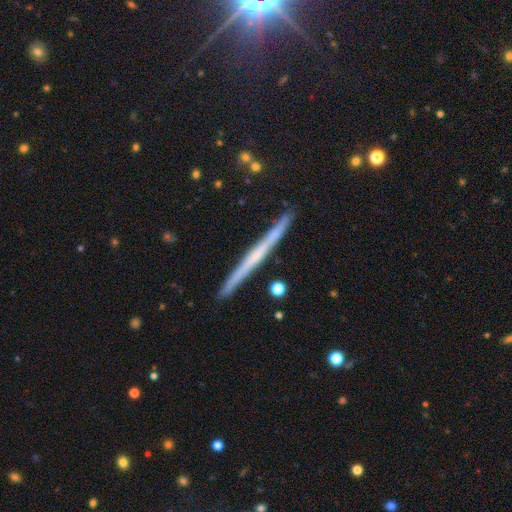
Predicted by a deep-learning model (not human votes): Smooth or featured?
  - featured or disk: 57% *
  - smooth: 36%
  - star or artifact: 7%
Edge-on disk?
  - yes: 98% *
  - no: 2%
Edge-on bulge?
  - none: 82% *
  - rounded: 12%
  - boxy: 5%
Merging?
  - none: 91% *
  - minor disturbance: 6%
  - merger: 1%
  - major disturbance: 1%